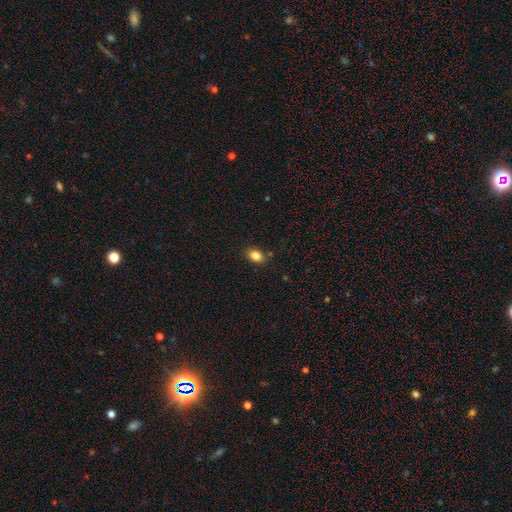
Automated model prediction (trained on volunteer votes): A smooth galaxy with no disk features (84%) that is in between round and cigar-shaped (73%). Merging: none (81%).